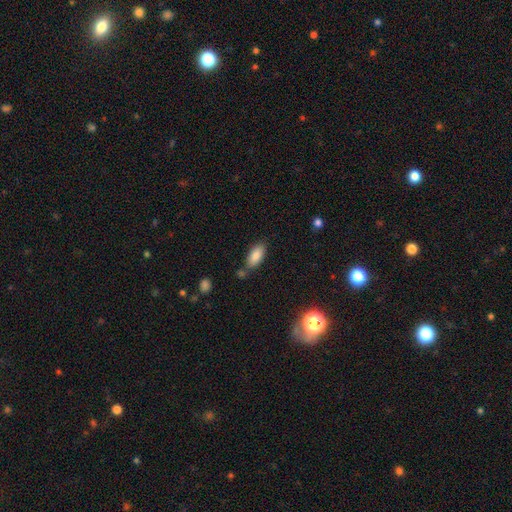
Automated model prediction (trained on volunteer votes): smooth_or_featured: smooth (p=0.85) [alt: featured or disk p=0.08]
how_rounded: in between (p=0.88) [alt: cigar-shaped p=0.10]
merging: none (p=0.72) [alt: minor disturbance p=0.14]